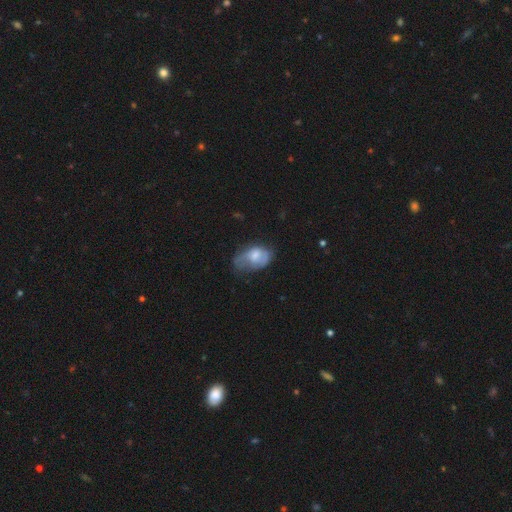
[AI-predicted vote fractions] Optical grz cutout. It shows a smooth galaxy with no disk features (55%) that is in between round and cigar-shaped (85%). Merging: minor disturbance (36%).